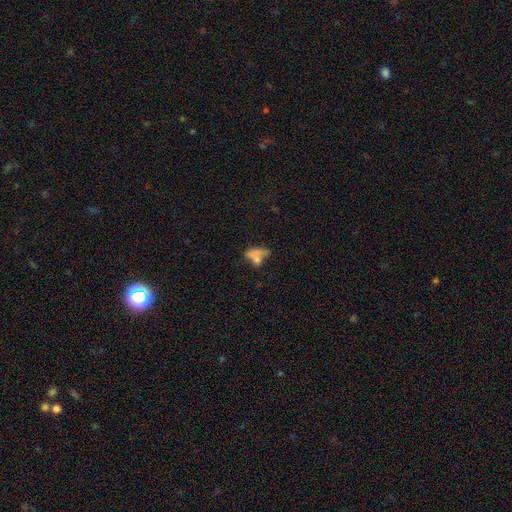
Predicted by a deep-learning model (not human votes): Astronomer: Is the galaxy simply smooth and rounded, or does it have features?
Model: smooth — 64%.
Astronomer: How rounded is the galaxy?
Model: in between — 74%.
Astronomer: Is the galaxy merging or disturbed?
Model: merger — 40% (runner-up: none, 27%).